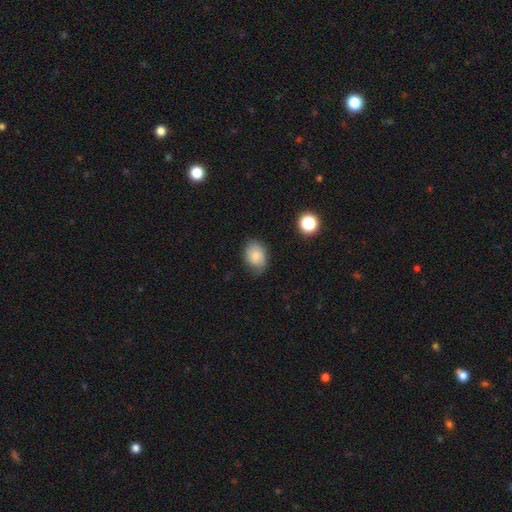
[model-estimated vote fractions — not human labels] smooth 76%, featured or disk 14%, star or artifact 10%. Down the decision tree: how rounded — in between (69%); merging — none (63%).